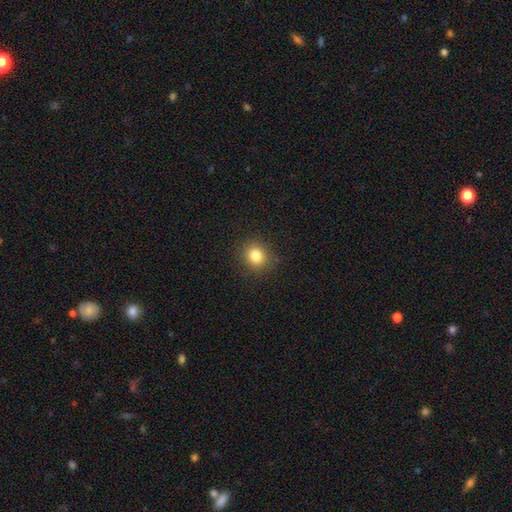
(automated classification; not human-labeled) Q: Smooth or featured?
A: smooth (82%); runner-up: star or artifact (12%)
Q: How rounded?
A: round (78%); runner-up: in between (22%)
Q: Merging?
A: none (88%); runner-up: minor disturbance (8%)